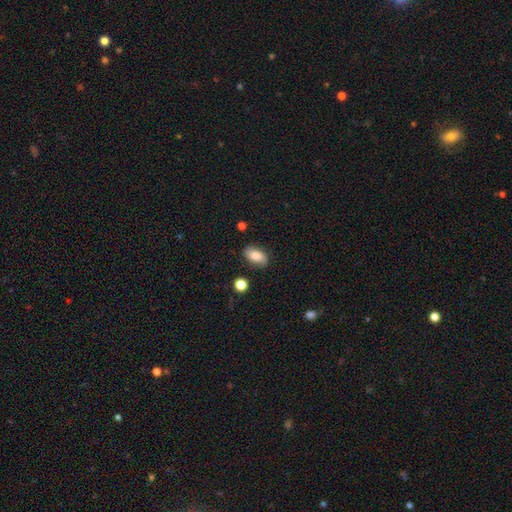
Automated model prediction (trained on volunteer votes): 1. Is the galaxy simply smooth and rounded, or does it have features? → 80% smooth, 12% featured or disk, 8% star or artifact.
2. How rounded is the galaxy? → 91% in between, 7% round, 2% cigar-shaped.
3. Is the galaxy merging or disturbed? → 80% none, 15% minor disturbance, 3% major disturbance, 2% merger.